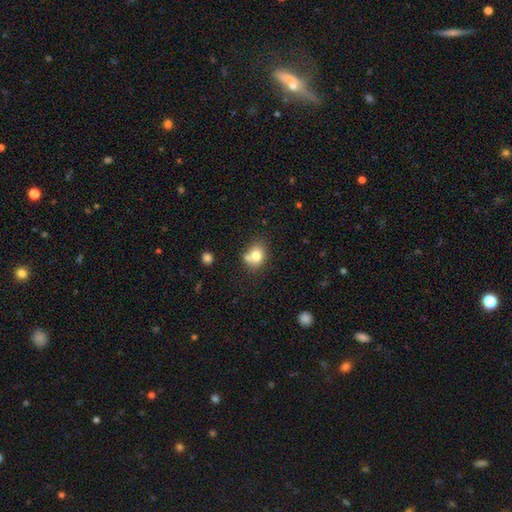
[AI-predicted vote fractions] Overall: smooth (77%). How rounded: round (54%; in between 45%). Merging: none (50%; merger 29%).